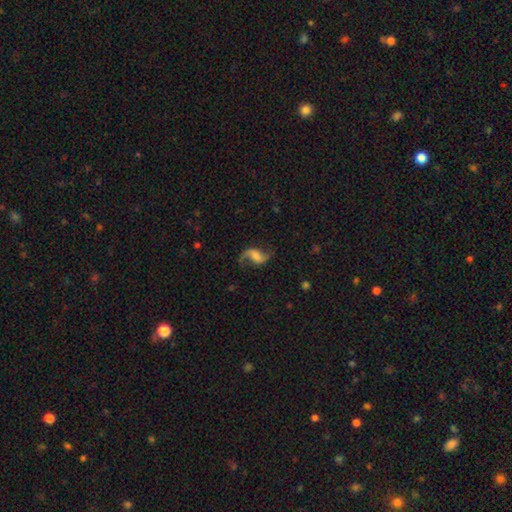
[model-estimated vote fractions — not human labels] Q: Smooth or featured?
A: featured or disk (80%); runner-up: smooth (12%)
Q: Edge-on disk?
A: no (97%); runner-up: yes (3%)
Q: Bar?
A: weak (41%); runner-up: no (40%)
Q: Spiral arms?
A: yes (95%); runner-up: no (5%)
Q: Spiral winding?
A: loose (82%); runner-up: medium (15%)
Q: Spiral arm count?
A: 2 (90%); runner-up: 1 (6%)
Q: Bulge size?
A: moderate (32%); runner-up: small (30%)
Q: Merging?
A: none (74%); runner-up: minor disturbance (15%)